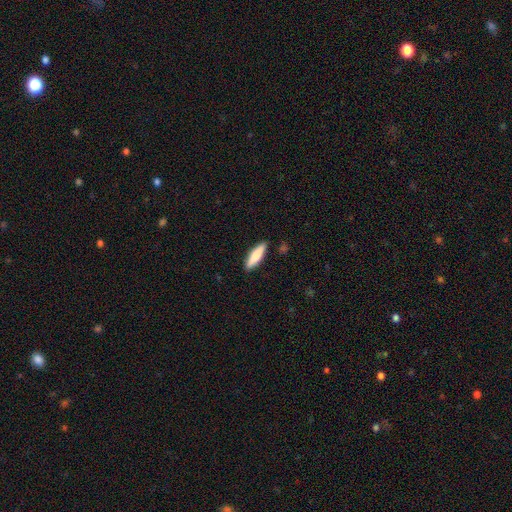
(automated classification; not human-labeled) Smooth or featured: smooth — 75% (featured or disk — 20%)
How rounded: cigar-shaped — 71% (in between — 27%)
Merging: none — 88% (minor disturbance — 8%)